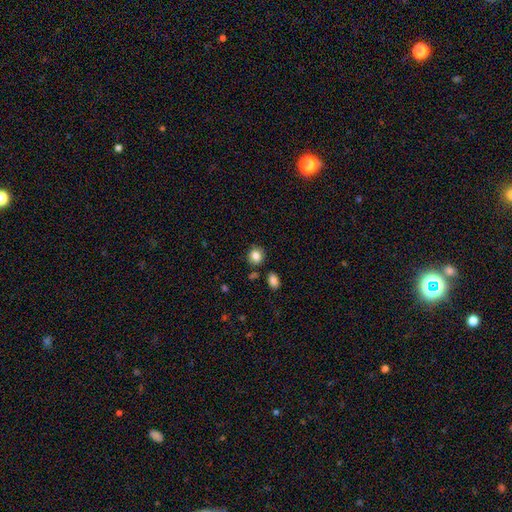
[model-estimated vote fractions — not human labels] Morphology: type=smooth (85%); roundness=round (76%); merging=none (81%).